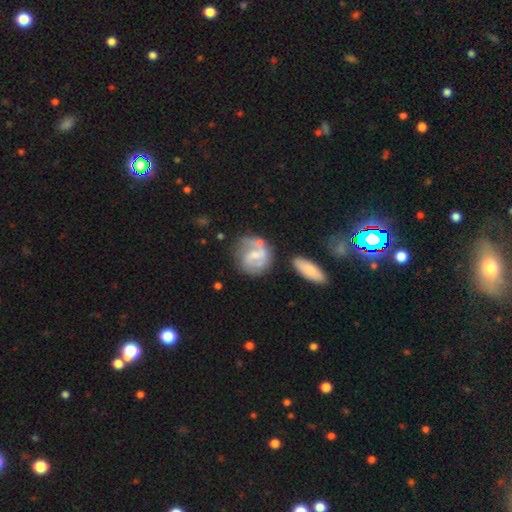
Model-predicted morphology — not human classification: Q: Smooth or featured?
A: featured or disk (65%); runner-up: smooth (28%)
Q: Edge-on disk?
A: no (97%); runner-up: yes (3%)
Q: Bar?
A: weak (48%); runner-up: no (36%)
Q: Spiral arms?
A: yes (79%); runner-up: no (21%)
Q: Bulge size?
A: small (45%); runner-up: moderate (33%)
Q: Merging?
A: none (51%); runner-up: minor disturbance (22%)